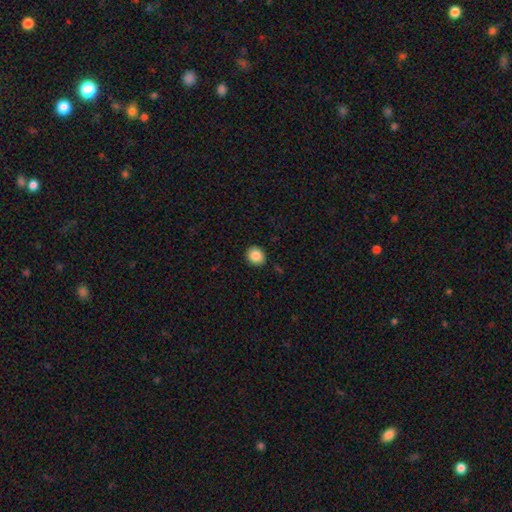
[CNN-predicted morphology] This appears to be a smooth galaxy with no disk features (87%) that is round (79%). Merging: none (90%).